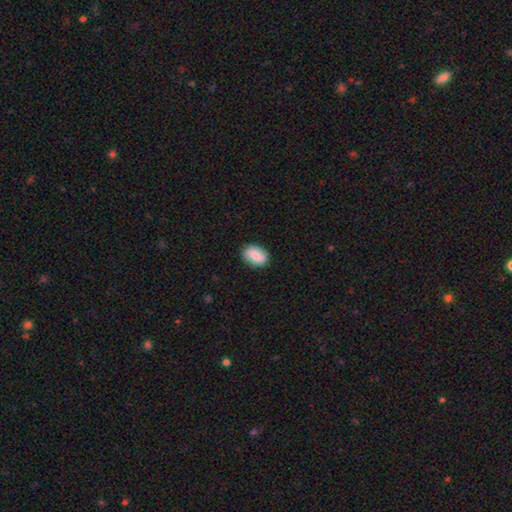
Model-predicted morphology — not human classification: Smooth or featured? Predicted: smooth (p=0.82). How rounded? Predicted: in between (p=0.83). Merging? Predicted: none (p=0.86).